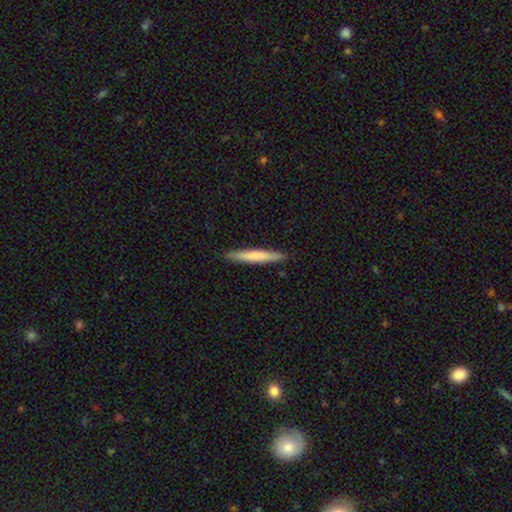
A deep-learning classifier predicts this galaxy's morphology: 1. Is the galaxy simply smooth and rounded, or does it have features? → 67% smooth, 28% featured or disk, 5% star or artifact.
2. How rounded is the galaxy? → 96% cigar-shaped, 3% in between, 1% round.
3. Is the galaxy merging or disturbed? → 90% none, 7% minor disturbance, 1% major disturbance, 1% merger.